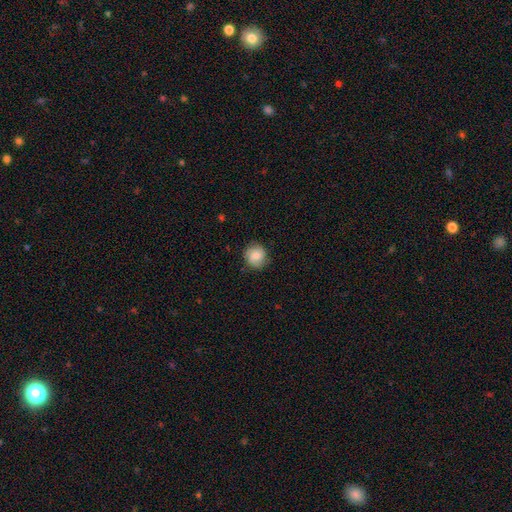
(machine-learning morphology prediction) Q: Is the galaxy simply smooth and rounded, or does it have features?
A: smooth — 78%.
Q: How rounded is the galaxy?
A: round — 89%.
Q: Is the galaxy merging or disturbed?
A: none — 82%.